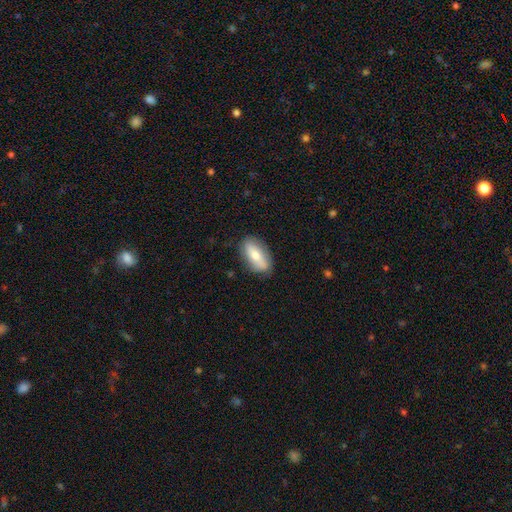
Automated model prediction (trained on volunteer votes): Q: Smooth or featured?
A: smooth (63%); runner-up: featured or disk (31%)
Q: How rounded?
A: in between (84%); runner-up: cigar-shaped (12%)
Q: Merging?
A: none (82%); runner-up: minor disturbance (14%)